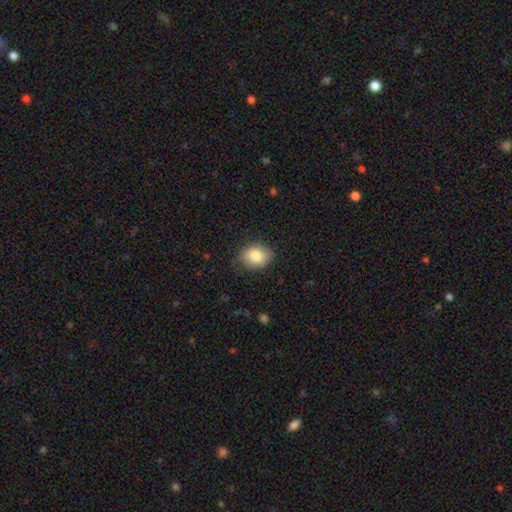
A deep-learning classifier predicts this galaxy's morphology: Smooth or featured?
  - smooth: 83% *
  - featured or disk: 9%
  - star or artifact: 8%
How rounded?
  - in between: 57% *
  - round: 42%
  - cigar-shaped: 1%
Merging?
  - none: 81% *
  - minor disturbance: 15%
  - major disturbance: 3%
  - merger: 1%